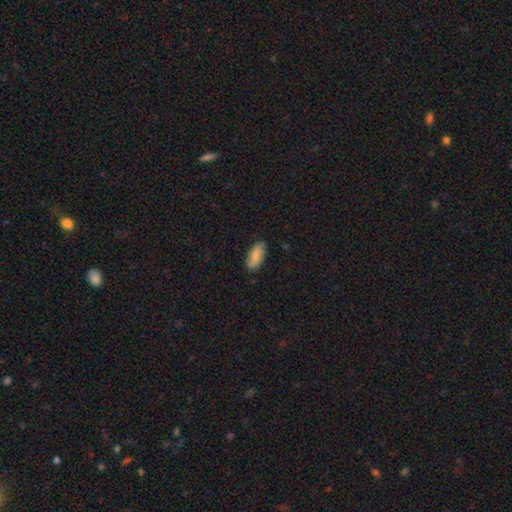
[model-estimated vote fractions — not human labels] Q: Smooth or featured?
A: smooth (78%); runner-up: featured or disk (16%)
Q: How rounded?
A: in between (88%); runner-up: cigar-shaped (10%)
Q: Merging?
A: none (82%); runner-up: minor disturbance (14%)